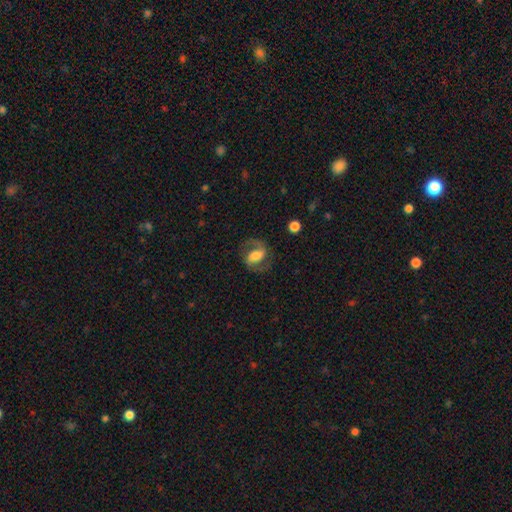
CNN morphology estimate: Smooth or featured? Predicted: featured or disk (p=0.74). Edge-on disk? Predicted: no (p=0.97). Bar? Predicted: weak (p=0.39). Spiral arms? Predicted: yes (p=0.93). Spiral winding? Predicted: medium (p=0.55). Spiral arm count? Predicted: 2 (p=0.90). Bulge size? Predicted: moderate (p=0.45). Merging? Predicted: none (p=0.74).